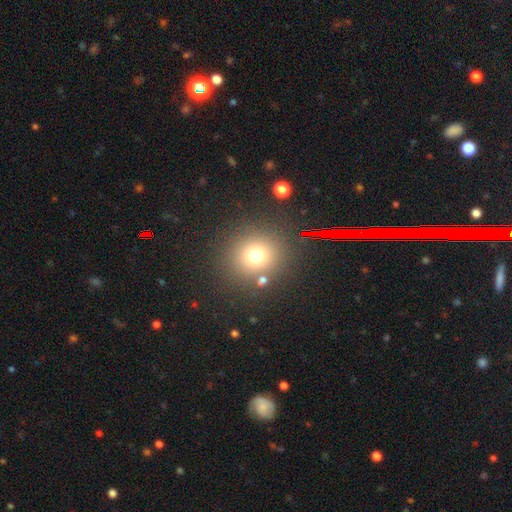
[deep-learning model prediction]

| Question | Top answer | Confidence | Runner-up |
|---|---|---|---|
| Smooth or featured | smooth | 71% | star or artifact (20%) |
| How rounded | round | 88% | in between (11%) |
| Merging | none | 82% | minor disturbance (8%) |